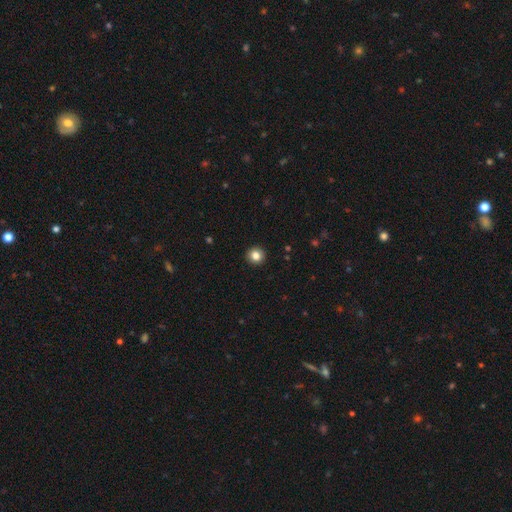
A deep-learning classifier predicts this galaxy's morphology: smooth-or-featured: smooth: 83% | star or artifact: 10% | featured or disk: 6%
  how-rounded: round: 93% | in between: 6% | cigar-shaped: 1%
  merging: none: 93% | minor disturbance: 5% | major disturbance: 1% | merger: 1%